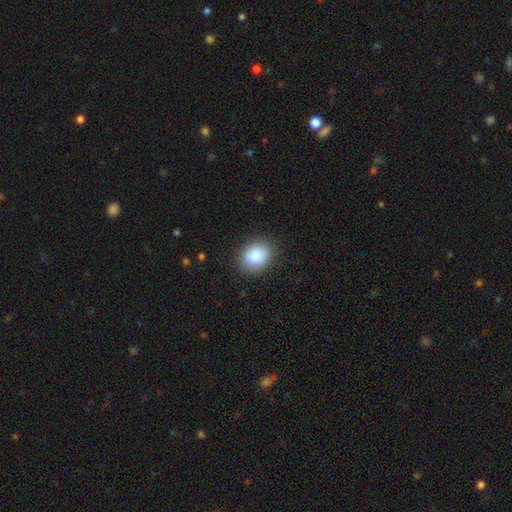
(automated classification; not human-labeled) Smooth or featured? smooth (87%)
How rounded? in between (51%)
Merging? none (86%)